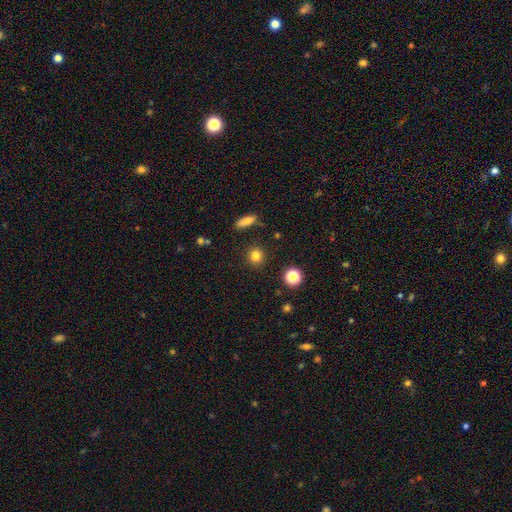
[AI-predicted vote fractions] smooth 82%, star or artifact 13%, featured or disk 5%. Down the decision tree: how rounded — round (89%); merging — none (90%).